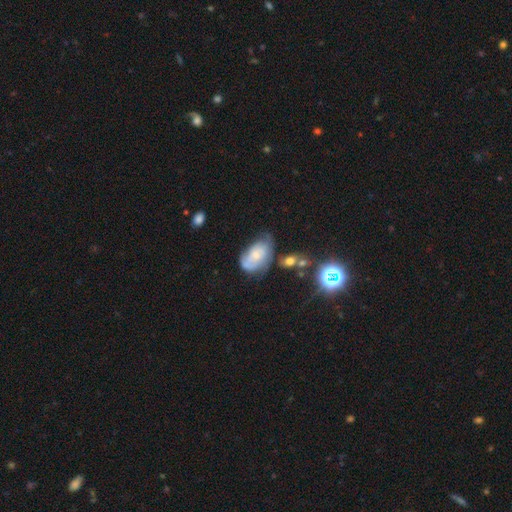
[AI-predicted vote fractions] A featured or disk galaxy (47%). Merging: none (35%, tied with minor disturbance).